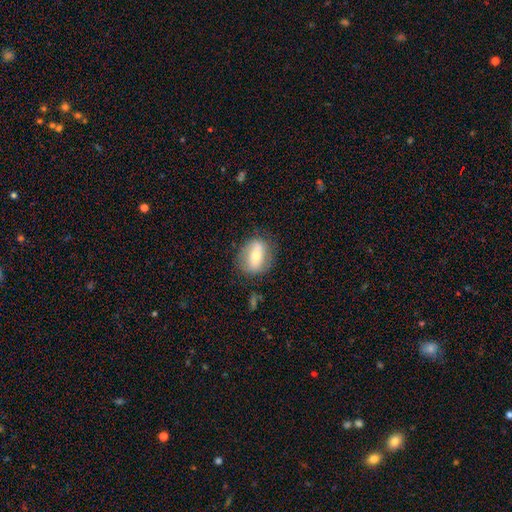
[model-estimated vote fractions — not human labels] This is possibly a smooth galaxy (48%). Merging: likely none (74%).